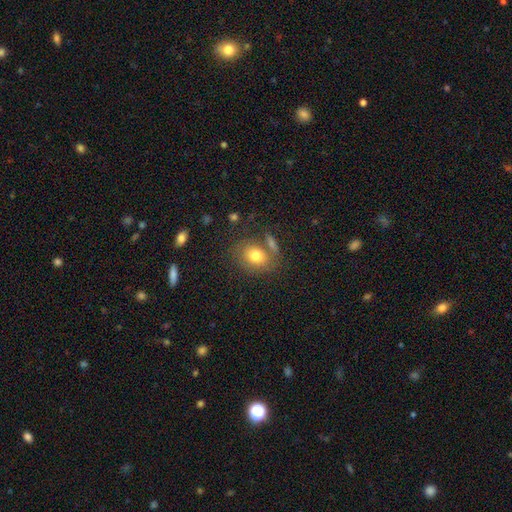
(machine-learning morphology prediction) Smooth or featured? smooth (76%)
How rounded? in between (54%)
Merging? none (61%)